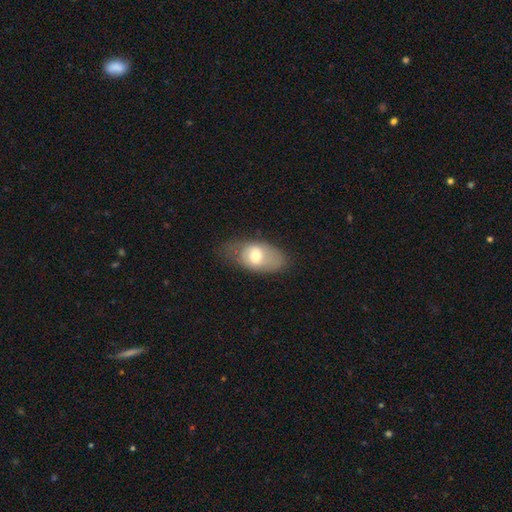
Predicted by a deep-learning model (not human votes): A smooth galaxy with no disk features (63%) that is in between round and cigar-shaped (89%).

Vote fractions:
- Smooth or featured? smooth: 63% / featured or disk: 30% / star or artifact: 7%
- How rounded? in between: 89% / round: 8% / cigar-shaped: 3%
- Merging? none: 57% / minor disturbance: 29% / major disturbance: 13% / merger: 2%